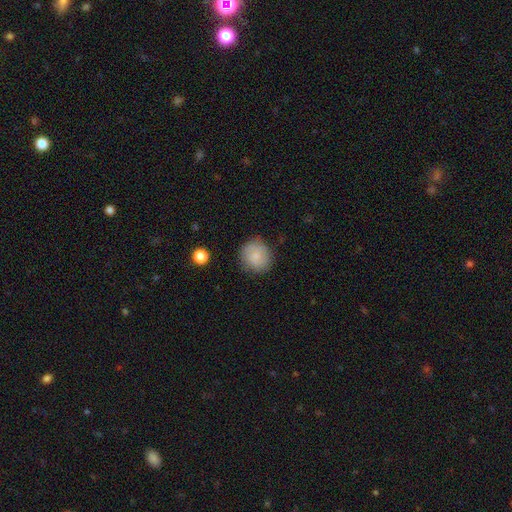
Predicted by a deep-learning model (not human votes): A smooth galaxy with no disk features (74%) that is round (87%).

Vote fractions:
- Smooth or featured? smooth: 74% / featured or disk: 18% / star or artifact: 8%
- How rounded? round: 87% / in between: 12% / cigar-shaped: 1%
- Merging? none: 82% / minor disturbance: 13% / major disturbance: 4% / merger: 1%